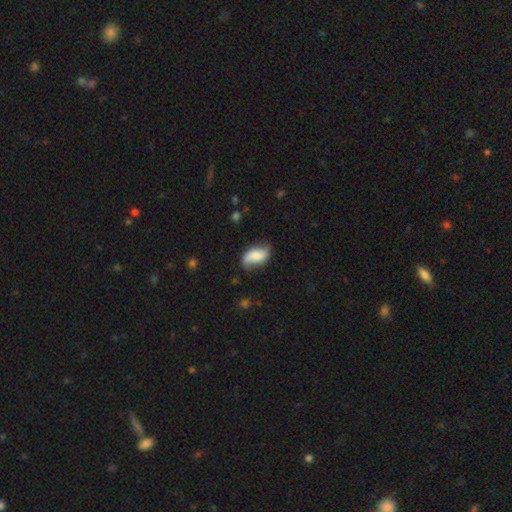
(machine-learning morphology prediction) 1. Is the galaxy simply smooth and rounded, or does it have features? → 47% featured or disk, 45% smooth, 8% star or artifact.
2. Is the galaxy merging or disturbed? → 65% none, 25% minor disturbance, 8% major disturbance, 2% merger.